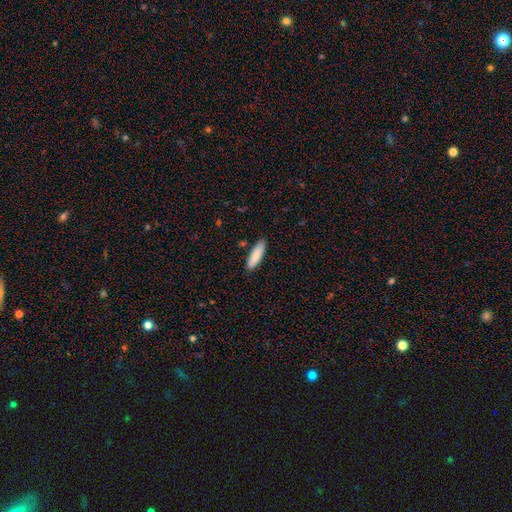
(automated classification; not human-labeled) smooth 87%, featured or disk 7%, star or artifact 6%. Down the decision tree: how rounded — cigar-shaped (59%); merging — none (88%).